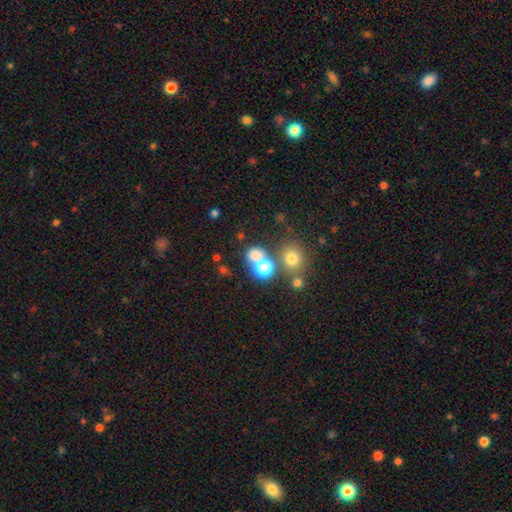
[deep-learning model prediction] A smooth galaxy with no disk features (70%) that is round (75%).

Vote fractions:
- Smooth or featured? smooth: 70% / star or artifact: 19% / featured or disk: 11%
- How rounded? round: 75% / in between: 24% / cigar-shaped: 1%
- Merging? none: 50% / merger: 38% / minor disturbance: 8% / major disturbance: 5%